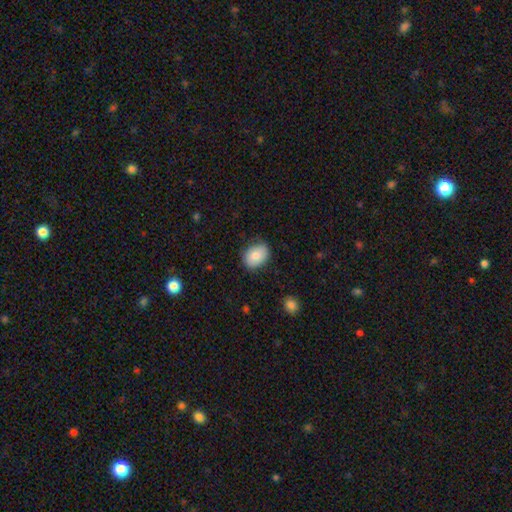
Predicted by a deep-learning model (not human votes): This appears to be a smooth galaxy with no disk features (82%) that is in between round and cigar-shaped (69%). Merging: none (77%).